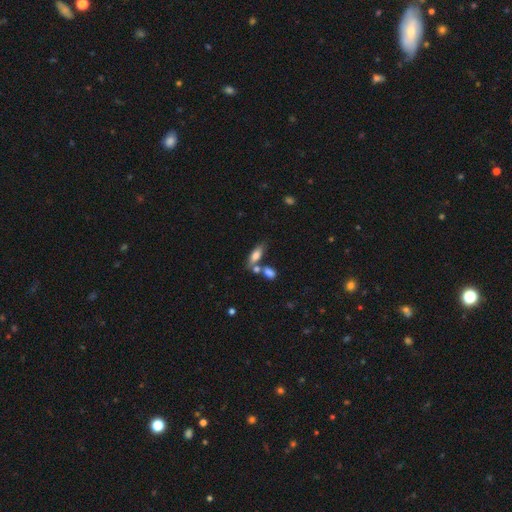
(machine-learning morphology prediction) Smooth or featured? smooth (74%)
How rounded? in between (73%)
Merging? none (50%)